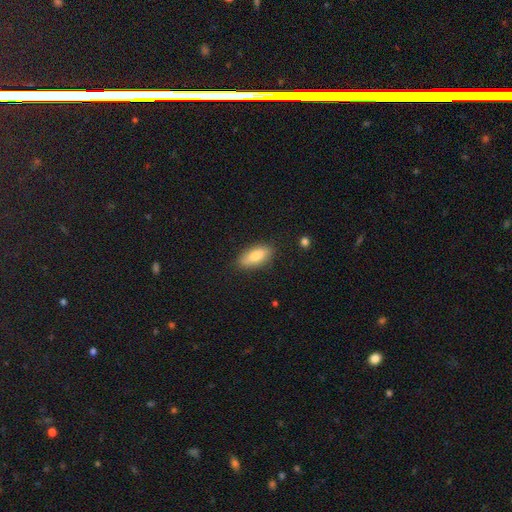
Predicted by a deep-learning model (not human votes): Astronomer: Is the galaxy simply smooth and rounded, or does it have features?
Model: smooth — 80%.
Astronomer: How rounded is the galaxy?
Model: in between — 80%.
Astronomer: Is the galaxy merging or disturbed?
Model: none — 85%.